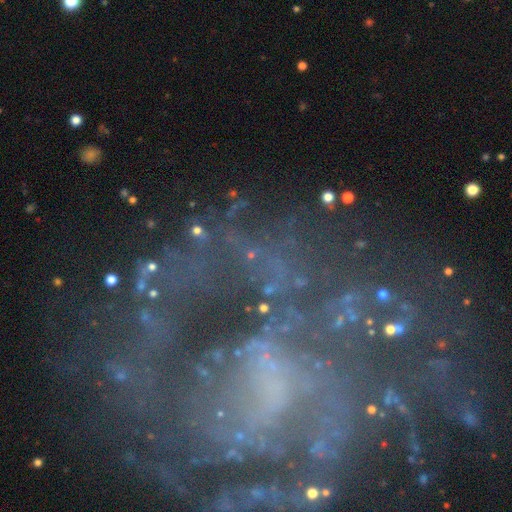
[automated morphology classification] featured or disk 70%, star or artifact 19%, smooth 11%. Down the decision tree: edge-on disk — no (97%); bar — no (48%); spiral arms — yes (67%); bulge size — none (52%); merging — none (46%).